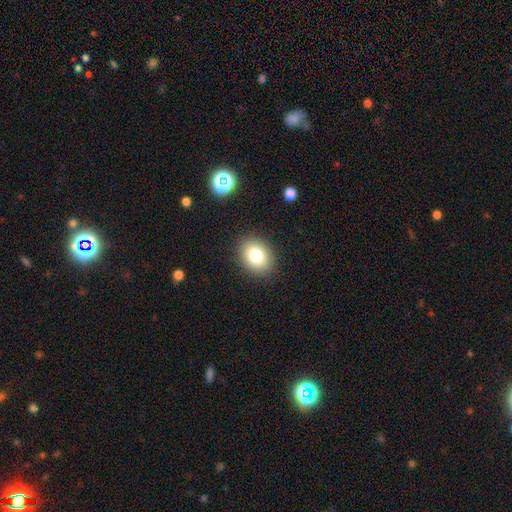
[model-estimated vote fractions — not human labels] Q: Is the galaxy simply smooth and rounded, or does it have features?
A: smooth — 81%.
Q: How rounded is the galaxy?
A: in between — 59%.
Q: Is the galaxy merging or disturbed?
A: none — 88%.